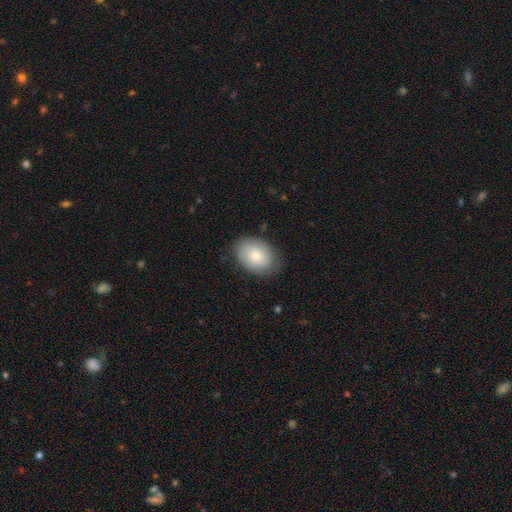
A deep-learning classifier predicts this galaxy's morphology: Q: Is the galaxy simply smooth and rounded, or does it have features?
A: smooth — 77%.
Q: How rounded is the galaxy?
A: in between — 74%.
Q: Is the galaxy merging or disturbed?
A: none — 77%.